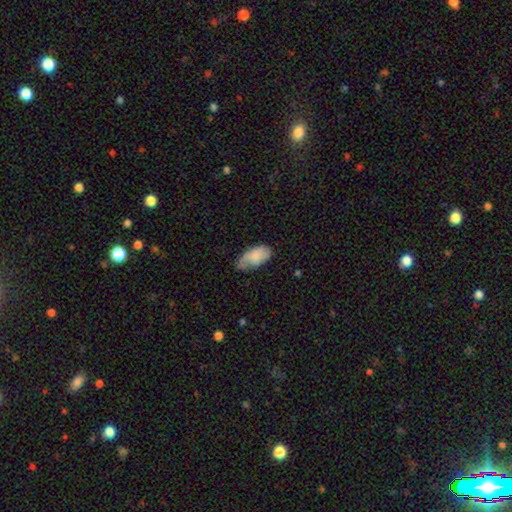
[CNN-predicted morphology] smooth 76%, featured or disk 18%, star or artifact 6%. Down the decision tree: how rounded — in between (94%); merging — none (44%).